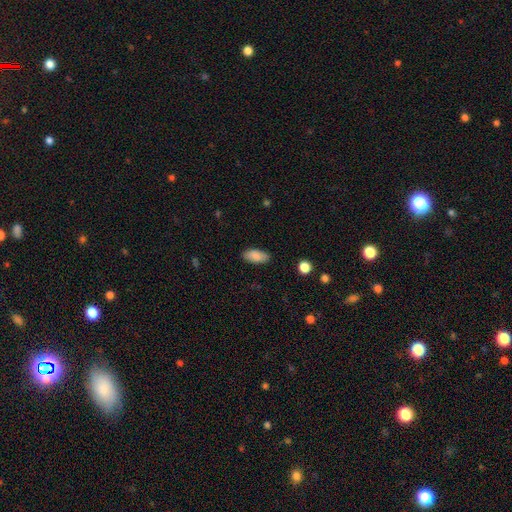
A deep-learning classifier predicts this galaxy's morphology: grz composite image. It shows a smooth galaxy with no disk features (87%) that is in between round and cigar-shaped (89%). Merging: none (86%).